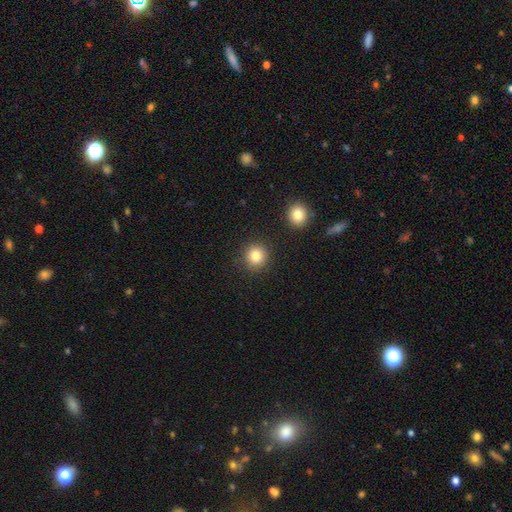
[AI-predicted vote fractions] Smooth or featured: smooth — 82% (star or artifact — 11%)
How rounded: round — 92% (in between — 7%)
Merging: none — 88% (minor disturbance — 7%)